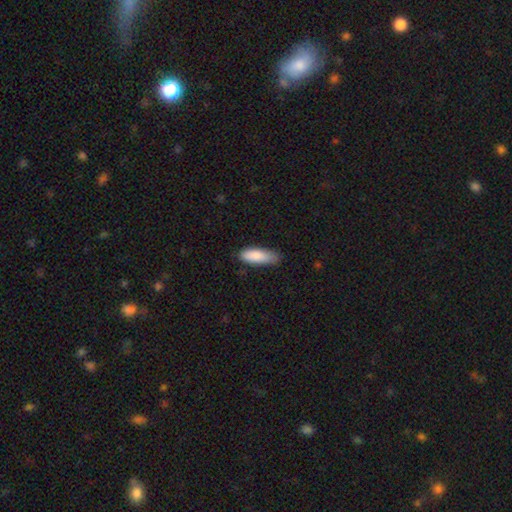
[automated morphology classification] smooth 86%, featured or disk 8%, star or artifact 6%. Down the decision tree: how rounded — in between (60%); merging — none (69%).